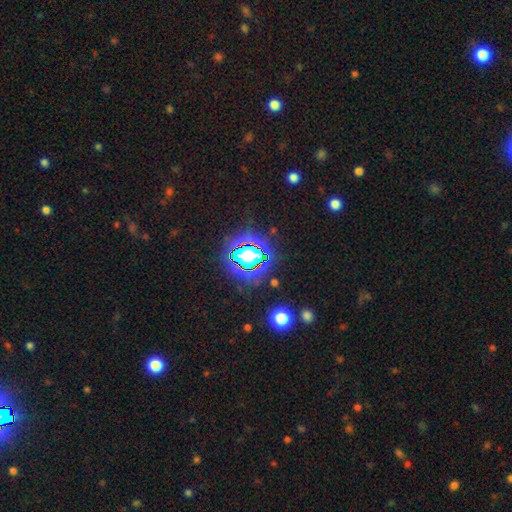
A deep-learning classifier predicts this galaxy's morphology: Smooth or featured? star or artifact (79%)